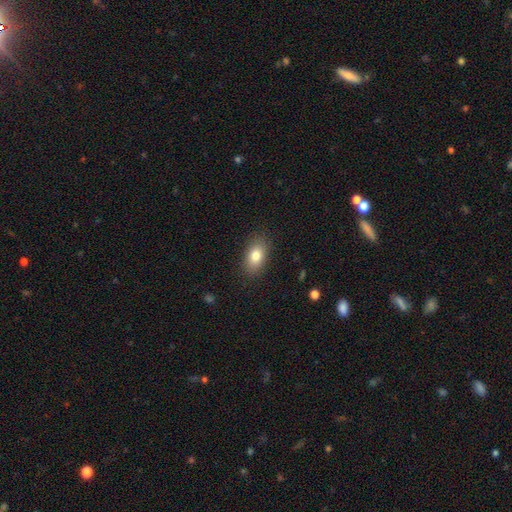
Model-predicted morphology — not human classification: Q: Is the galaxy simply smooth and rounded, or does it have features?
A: smooth — 81%.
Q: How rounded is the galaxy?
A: in between — 88%.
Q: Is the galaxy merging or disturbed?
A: none — 86%.